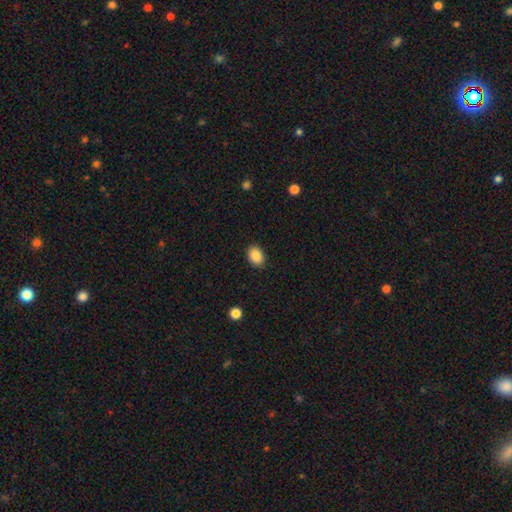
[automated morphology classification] smooth-or-featured: smooth: 87% | star or artifact: 8% | featured or disk: 4%
  how-rounded: in between: 74% | round: 25% | cigar-shaped: 1%
  merging: none: 89% | minor disturbance: 8% | major disturbance: 2% | merger: 1%